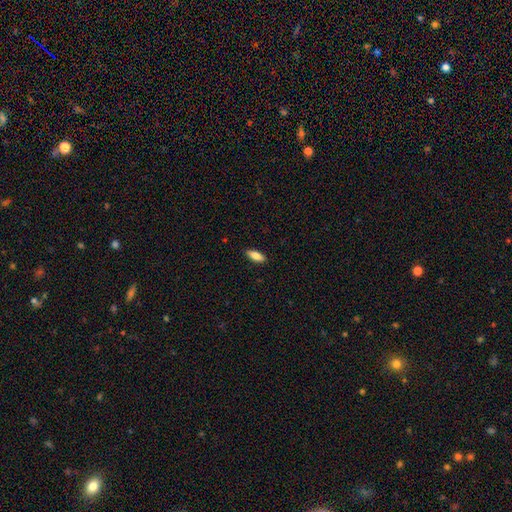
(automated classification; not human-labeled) Smooth or featured: smooth — 82% (featured or disk — 12%)
How rounded: in between — 74% (cigar-shaped — 24%)
Merging: none — 89% (minor disturbance — 8%)